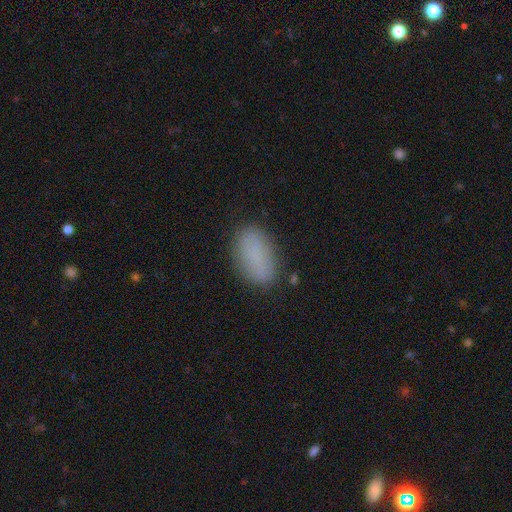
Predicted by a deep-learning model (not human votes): smooth_or_featured: smooth (p=0.80) [alt: featured or disk p=0.10]
how_rounded: in between (p=0.92) [alt: round p=0.04]
merging: none (p=0.81) [alt: minor disturbance p=0.13]